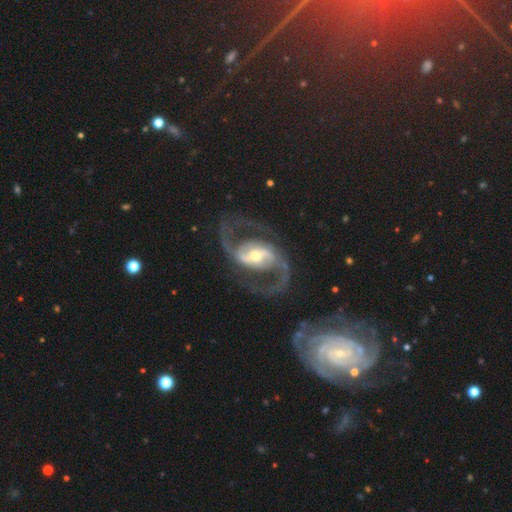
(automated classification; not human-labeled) smooth-or-featured: featured or disk: 91% | smooth: 5% | star or artifact: 4%
  disk-edge-on: no: 97% | yes: 3%
    bar: strong: 53% | weak: 31% | no: 16%
    has-spiral-arms: yes: 95% | no: 5%
      spiral-winding: medium: 58% | loose: 30% | tight: 12%
      spiral-arm-count: 2: 93% | can't tell: 2% | 1: 1% | 3: 1% | 4: 1% | more than 4: 1%
    bulge-size: moderate: 56% | small: 34% | large: 8% | dominant: 1% | none: 1%
  merging: none: 77% | minor disturbance: 11% | major disturbance: 10% | merger: 2%